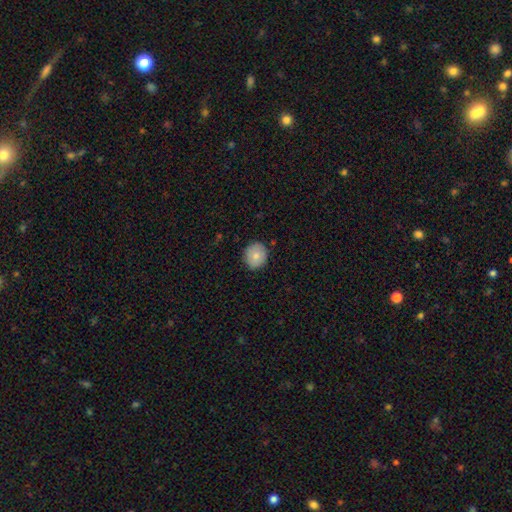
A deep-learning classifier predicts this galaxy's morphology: A smooth galaxy with no disk features (80%) that is round (82%). Merging: none (87%).